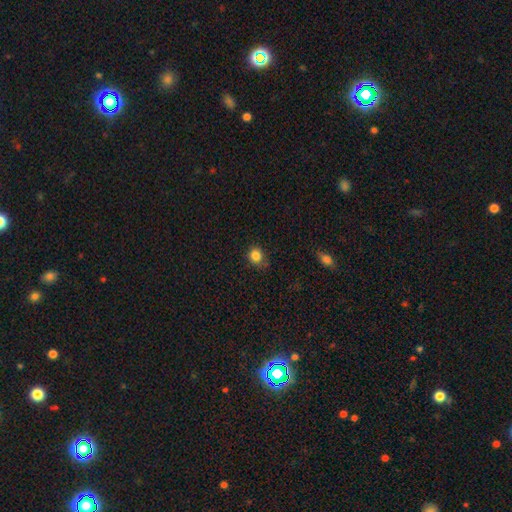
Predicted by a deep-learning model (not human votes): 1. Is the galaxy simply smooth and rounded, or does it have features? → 84% smooth, 12% star or artifact, 4% featured or disk.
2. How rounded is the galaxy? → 83% round, 16% in between, 1% cigar-shaped.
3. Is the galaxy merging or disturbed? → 73% none, 20% minor disturbance, 4% major disturbance, 2% merger.